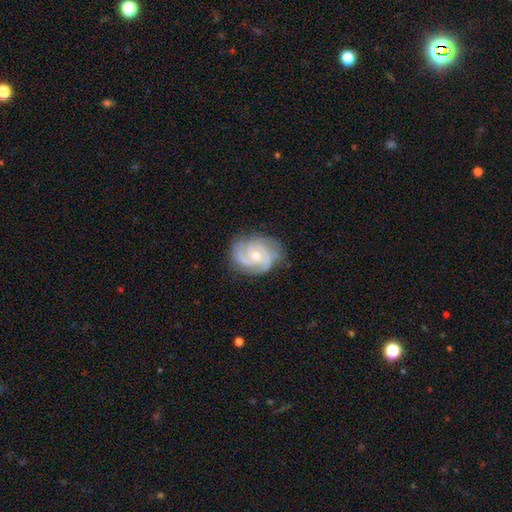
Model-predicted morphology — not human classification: featured or disk 88%, smooth 7%, star or artifact 5%. Down the decision tree: edge-on disk — no (98%); bar — no (70%); spiral arms — yes (98%); spiral arm count — 3 (49%); spiral winding — tight (63%); bulge size — moderate (50%); merging — none (75%).